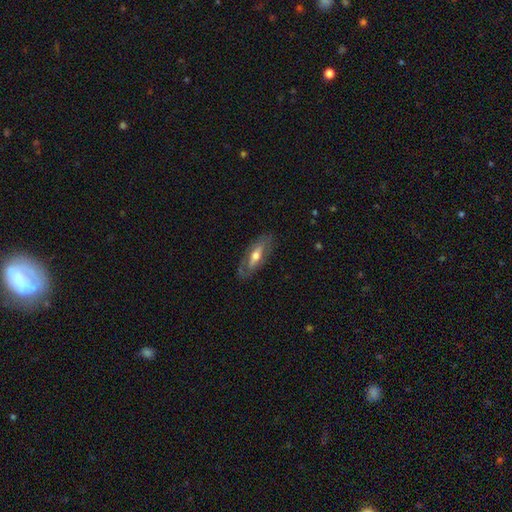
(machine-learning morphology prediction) A featured or disk galaxy (53%). Merging: none (76%).